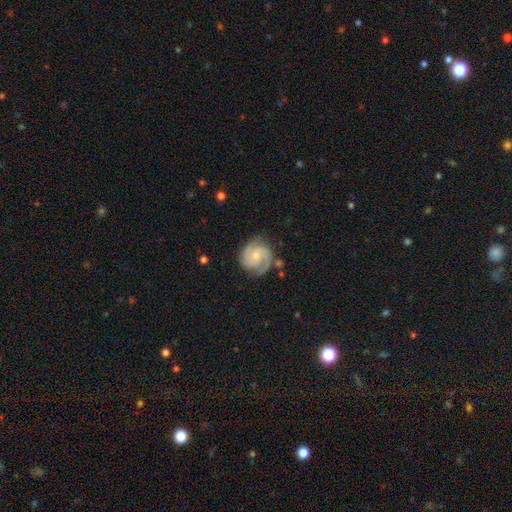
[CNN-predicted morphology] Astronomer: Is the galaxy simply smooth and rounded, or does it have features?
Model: featured or disk — 77%.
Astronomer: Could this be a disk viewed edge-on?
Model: no — 98%.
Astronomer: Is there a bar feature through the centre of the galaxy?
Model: no — 64%.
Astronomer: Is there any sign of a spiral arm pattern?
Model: yes — 96%.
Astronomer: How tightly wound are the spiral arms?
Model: tight — 47% (runner-up: medium, 42%).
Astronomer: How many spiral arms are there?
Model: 2 — 65%.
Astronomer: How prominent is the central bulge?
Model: small — 57% (runner-up: moderate, 32%).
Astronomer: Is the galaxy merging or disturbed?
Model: none — 71%.